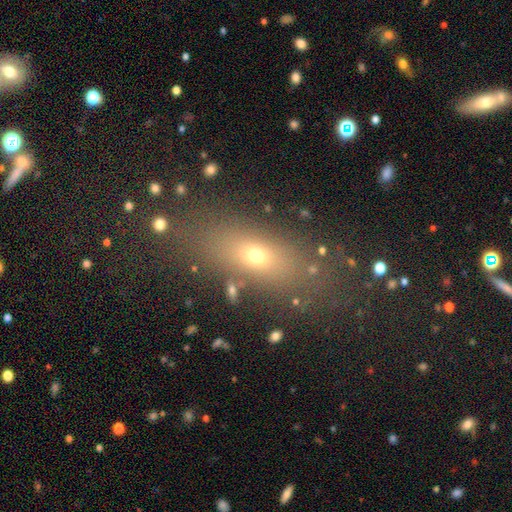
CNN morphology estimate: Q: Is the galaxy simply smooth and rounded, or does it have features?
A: smooth — 63%.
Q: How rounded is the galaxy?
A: in between — 63%.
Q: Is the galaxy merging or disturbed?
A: none — 80%.